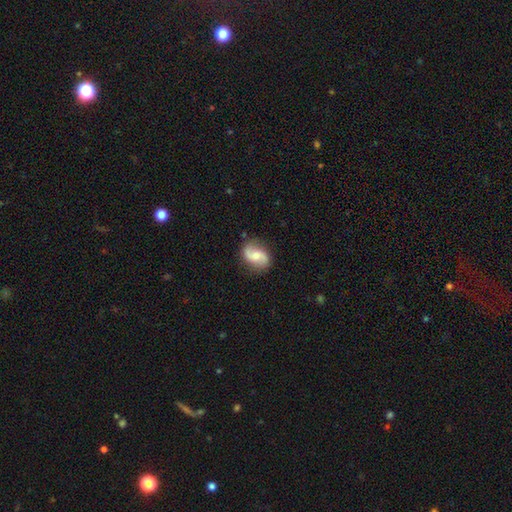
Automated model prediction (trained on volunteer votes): smooth_or_featured: featured or disk (p=0.70) [alt: smooth p=0.24]
disk_edge_on: no (p=0.97) [alt: yes p=0.03]
bar: no (p=0.52) [alt: weak p=0.37]
has_spiral_arms: yes (p=0.93) [alt: no p=0.07]
spiral_winding: loose (p=0.63) [alt: medium p=0.28]
spiral_arm_count: 2 (p=0.92) [alt: can't tell p=0.03]
bulge_size: moderate (p=0.55) [alt: small p=0.36]
merging: none (p=0.80) [alt: minor disturbance p=0.15]